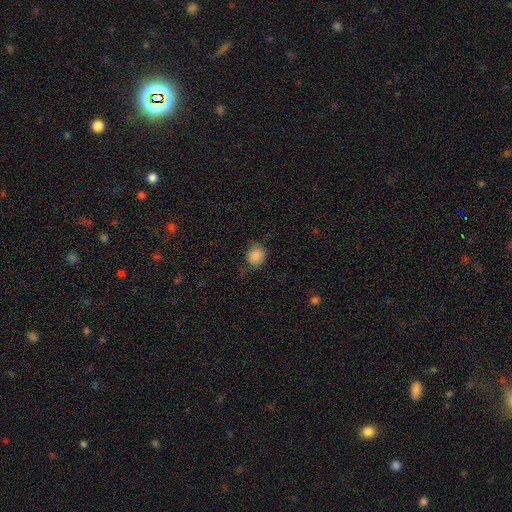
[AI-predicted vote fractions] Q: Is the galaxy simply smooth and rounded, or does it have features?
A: smooth — 85%.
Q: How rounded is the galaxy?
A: round — 69%.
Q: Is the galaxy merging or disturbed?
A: none — 53%.